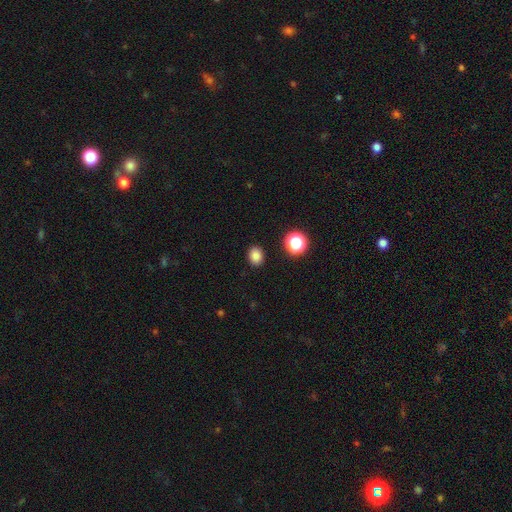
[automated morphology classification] A smooth galaxy with no disk features (83%) that is in between round and cigar-shaped (51%).

Vote fractions:
- Smooth or featured? smooth: 83% / star or artifact: 13% / featured or disk: 4%
- How rounded? in between: 51% / round: 48% / cigar-shaped: 1%
- Merging? none: 89% / minor disturbance: 7% / major disturbance: 2% / merger: 1%